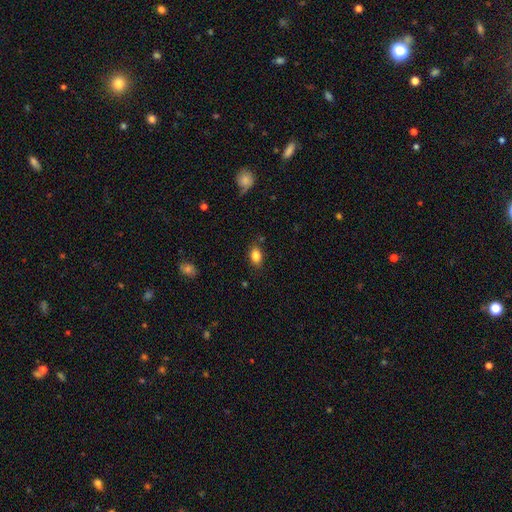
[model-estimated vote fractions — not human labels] Morphology: type=smooth (84%); roundness=in between (84%); merging=none (82%).